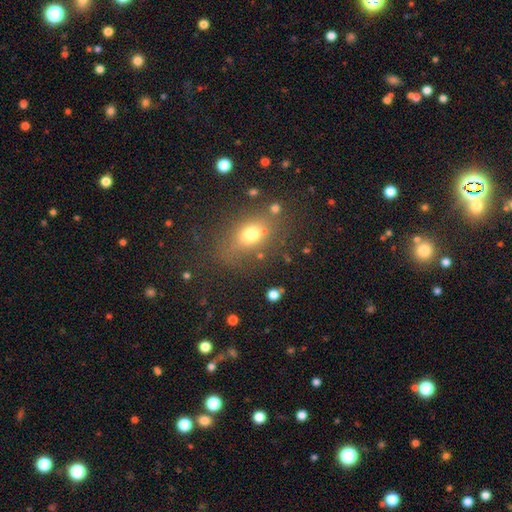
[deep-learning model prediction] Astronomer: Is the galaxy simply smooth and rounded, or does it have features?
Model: smooth — 62%.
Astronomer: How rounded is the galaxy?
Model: in between — 70%.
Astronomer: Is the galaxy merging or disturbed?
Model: none — 80%.